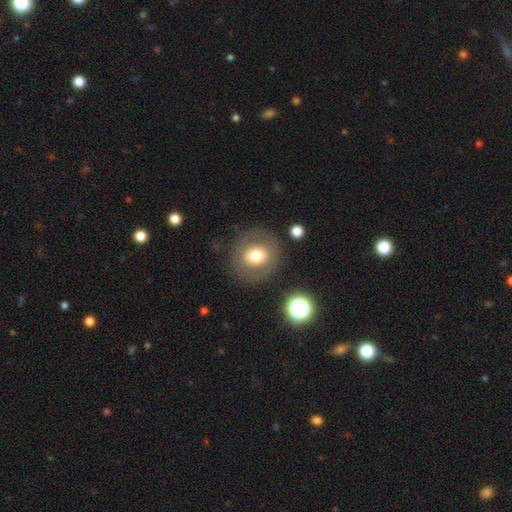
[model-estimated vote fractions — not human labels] Morphology: type=smooth (65%); roundness=round (82%); merging=none (82%).